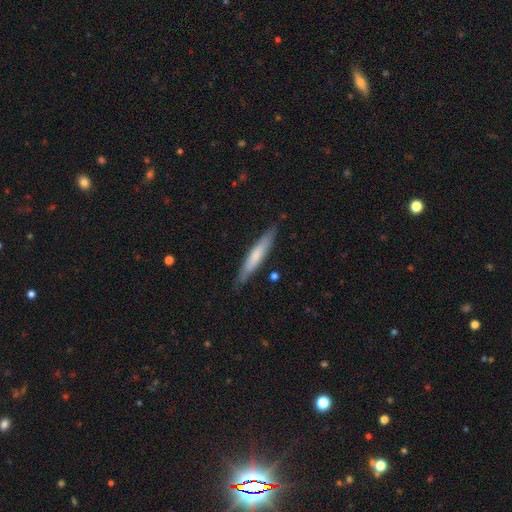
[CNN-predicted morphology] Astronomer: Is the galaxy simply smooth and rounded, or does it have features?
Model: smooth — 61%.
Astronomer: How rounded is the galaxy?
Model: cigar-shaped — 93%.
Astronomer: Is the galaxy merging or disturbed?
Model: none — 85%.